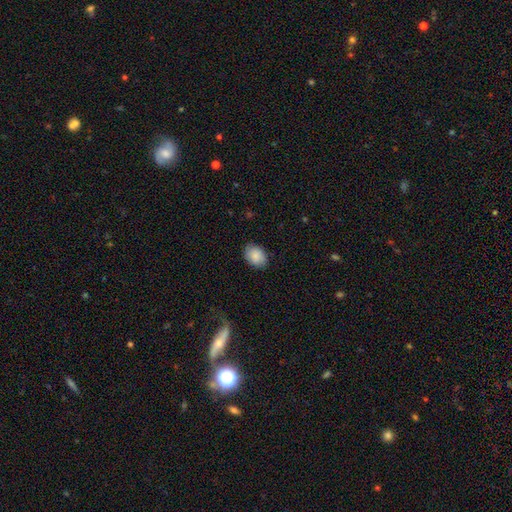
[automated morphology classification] The model was most divided on "how rounded": in between: 69%, round: 30%, cigar-shaped: 1%. More confident: smooth or featured — smooth (87%); merging — none (84%).